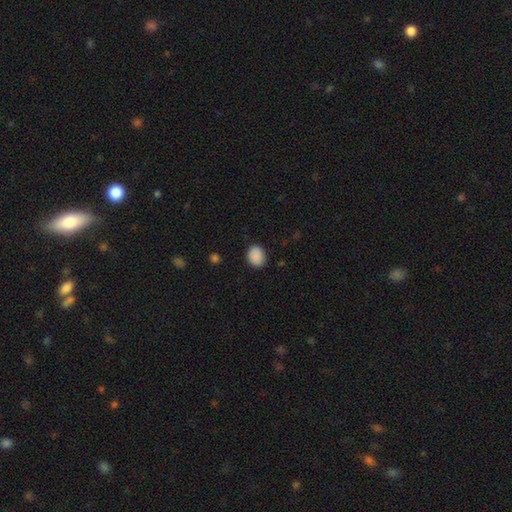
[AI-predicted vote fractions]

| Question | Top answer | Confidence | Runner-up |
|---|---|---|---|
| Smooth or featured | smooth | 90% | star or artifact (8%) |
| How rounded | in between | 51% | round (48%) |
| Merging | none | 87% | minor disturbance (10%) |